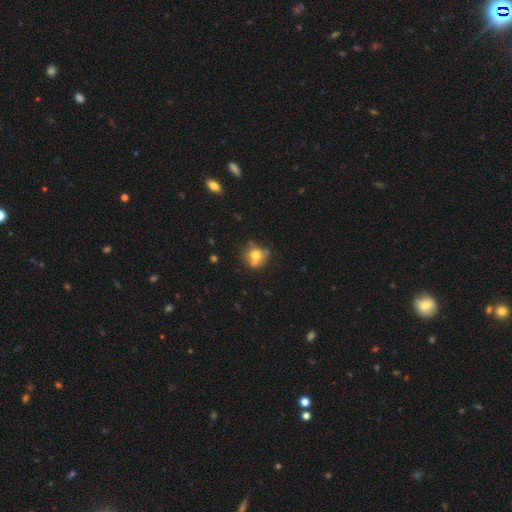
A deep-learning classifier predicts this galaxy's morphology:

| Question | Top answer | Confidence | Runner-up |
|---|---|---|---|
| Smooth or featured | smooth | 62% | featured or disk (25%) |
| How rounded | round | 76% | in between (23%) |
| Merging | none | 53% | minor disturbance (20%) |